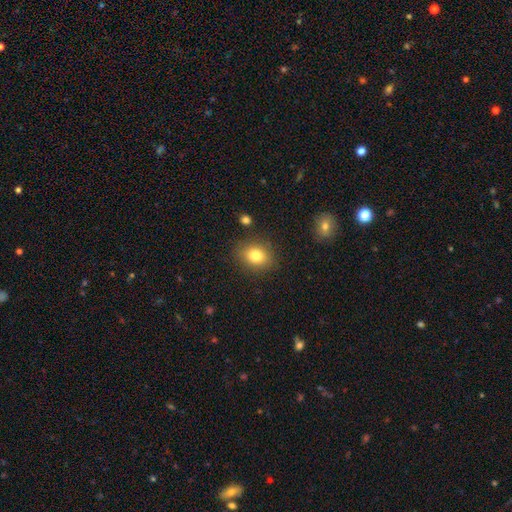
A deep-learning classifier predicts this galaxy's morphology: Smooth or featured?
  - smooth: 80% *
  - star or artifact: 10%
  - featured or disk: 9%
How rounded?
  - in between: 52% *
  - round: 47%
  - cigar-shaped: 1%
Merging?
  - none: 85% *
  - minor disturbance: 10%
  - major disturbance: 3%
  - merger: 2%